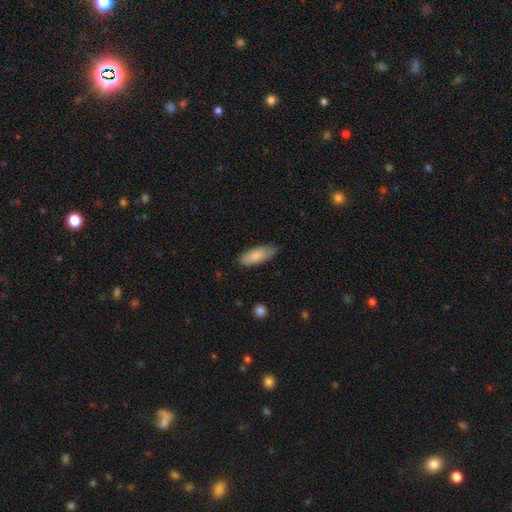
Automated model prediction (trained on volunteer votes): smooth-or-featured: smooth: 83% | featured or disk: 11% | star or artifact: 6%
  how-rounded: in between: 77% | cigar-shaped: 21% | round: 2%
  merging: none: 75% | minor disturbance: 21% | major disturbance: 3% | merger: 1%